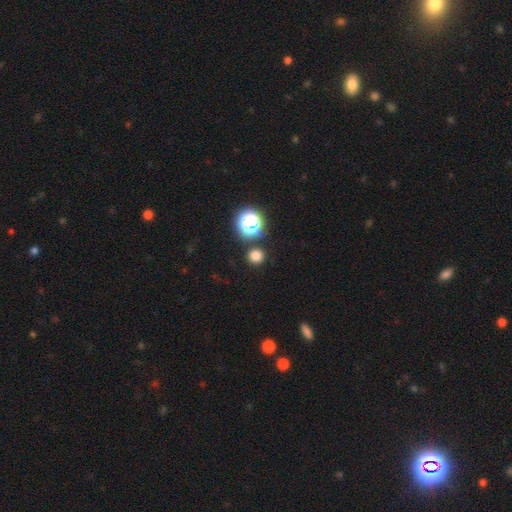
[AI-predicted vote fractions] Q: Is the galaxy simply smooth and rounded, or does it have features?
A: smooth — 74%.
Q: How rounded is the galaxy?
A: round — 94%.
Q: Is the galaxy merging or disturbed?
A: none — 88%.